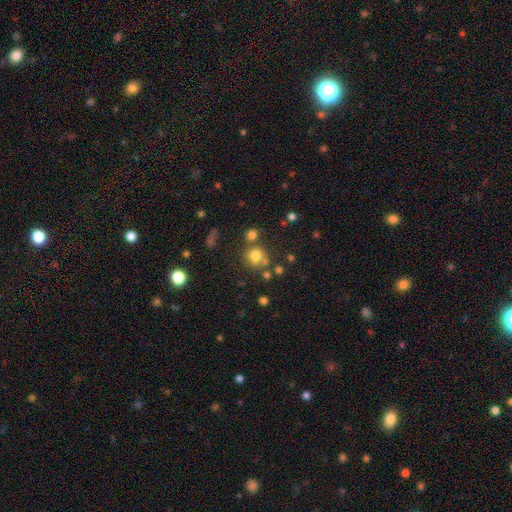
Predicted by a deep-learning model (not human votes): smooth-or-featured: smooth: 74% | star or artifact: 16% | featured or disk: 10%
  how-rounded: round: 86% | in between: 12% | cigar-shaped: 1%
  merging: none: 63% | merger: 19% | minor disturbance: 12% | major disturbance: 5%